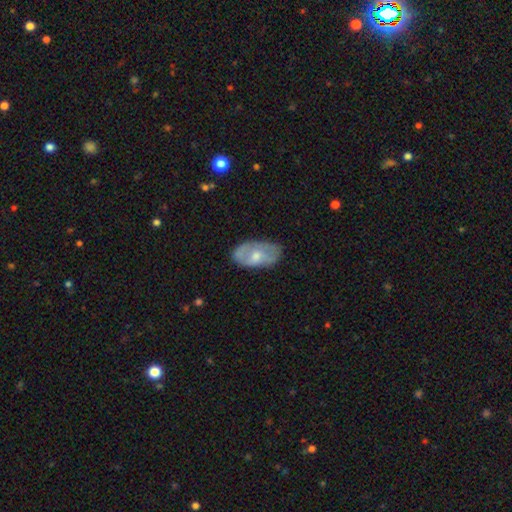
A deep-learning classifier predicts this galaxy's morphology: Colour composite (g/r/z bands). It shows a smooth galaxy with no disk features (52%) that is in between round and cigar-shaped (93%). Merging: none (66%).